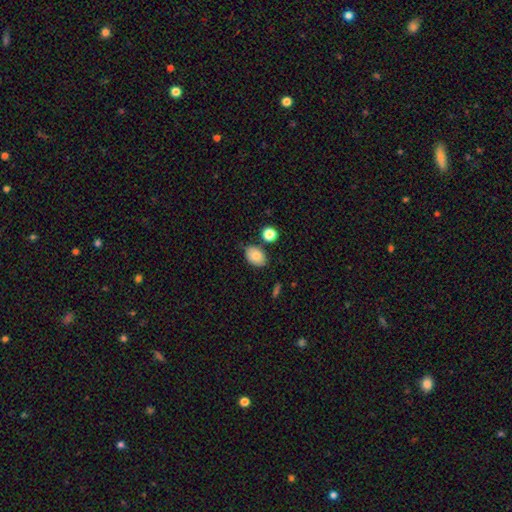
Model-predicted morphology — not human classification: smooth-or-featured: smooth: 81% | featured or disk: 11% | star or artifact: 8%
  how-rounded: in between: 81% | round: 18% | cigar-shaped: 1%
  merging: none: 75% | minor disturbance: 16% | merger: 6% | major disturbance: 3%